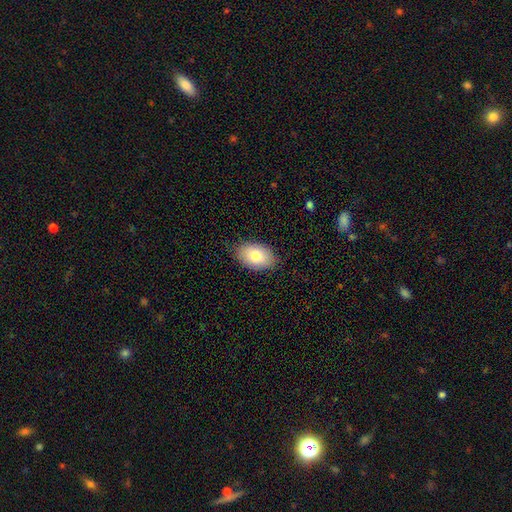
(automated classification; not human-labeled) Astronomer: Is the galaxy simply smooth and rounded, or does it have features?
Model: smooth — 80%.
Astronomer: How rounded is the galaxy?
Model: in between — 90%.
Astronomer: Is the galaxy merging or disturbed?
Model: none — 84%.